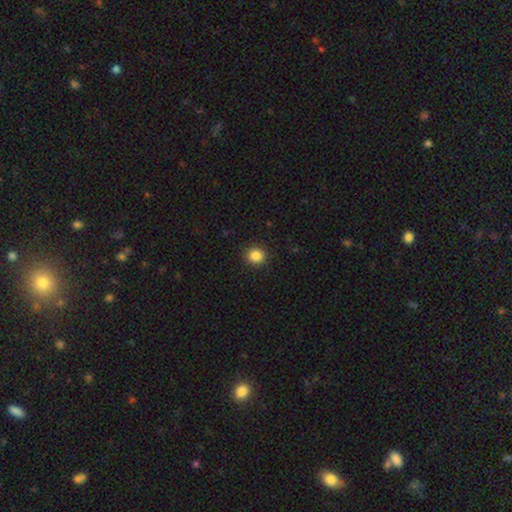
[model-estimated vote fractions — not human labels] Overall: smooth (86%). How rounded: round (88%). Merging: none (91%).